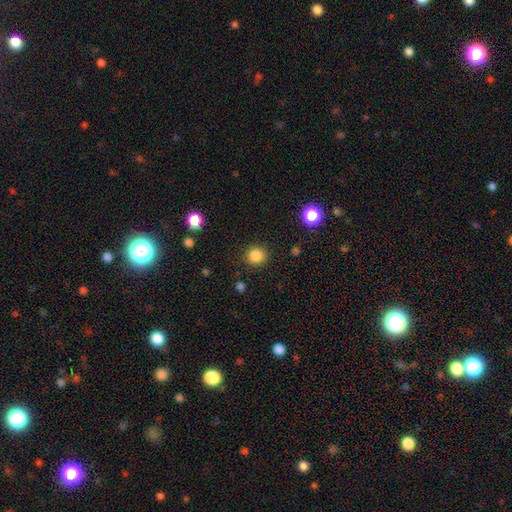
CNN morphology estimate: Smooth or featured?
  - smooth: 85% *
  - star or artifact: 12%
  - featured or disk: 4%
How rounded?
  - round: 88% *
  - in between: 11%
  - cigar-shaped: 1%
Merging?
  - none: 89% *
  - minor disturbance: 7%
  - major disturbance: 3%
  - merger: 1%